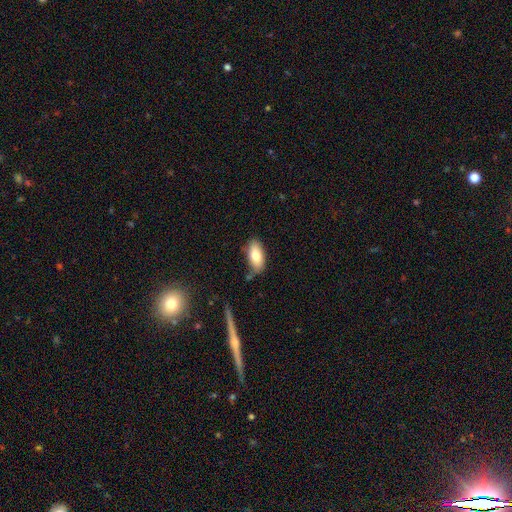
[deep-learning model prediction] Smooth or featured?
  - smooth: 80% *
  - featured or disk: 13%
  - star or artifact: 7%
How rounded?
  - in between: 91% *
  - cigar-shaped: 6%
  - round: 3%
Merging?
  - none: 72% *
  - minor disturbance: 20%
  - merger: 4%
  - major disturbance: 4%